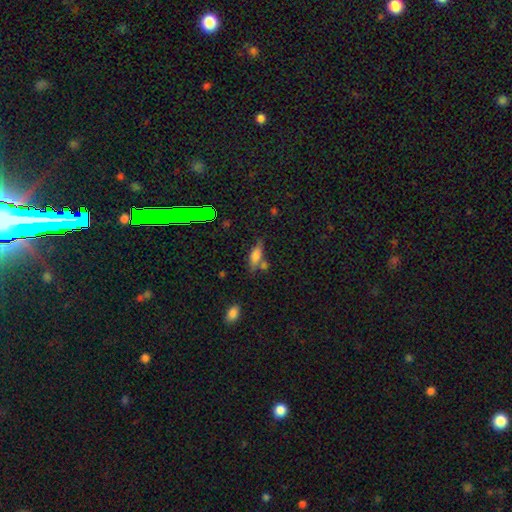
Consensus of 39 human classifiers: Volunteers were most divided on "how rounded": in between: 62%, cigar-shaped: 38%, round: 0%. More confident: smooth or featured — smooth (67%); merging — none (67%).